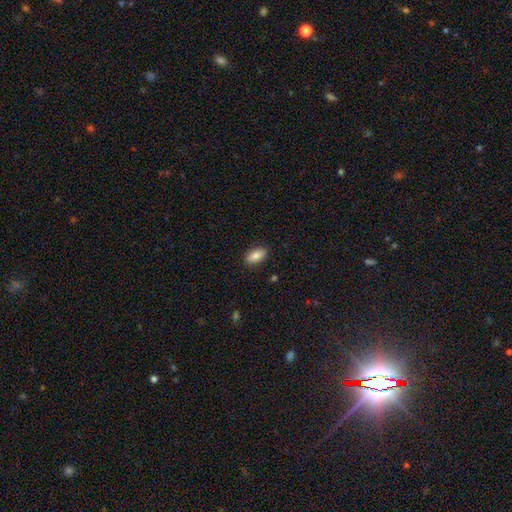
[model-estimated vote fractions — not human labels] The model was most divided on "smooth or featured": smooth: 84%, featured or disk: 9%, star or artifact: 7%. More confident: how rounded — in between (90%); merging — none (88%).